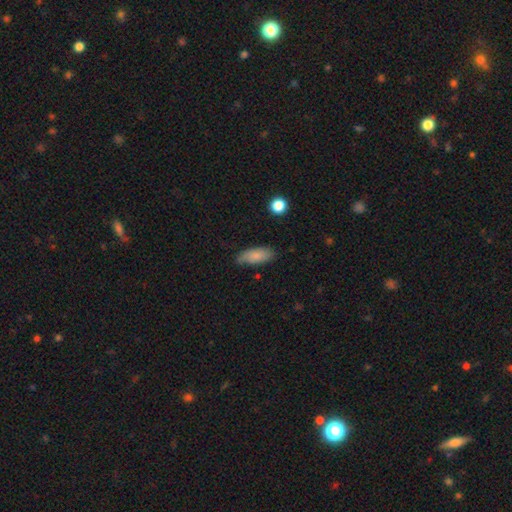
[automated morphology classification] smooth-or-featured: smooth: 80% | featured or disk: 14% | star or artifact: 7%
  how-rounded: in between: 81% | cigar-shaped: 17% | round: 2%
  merging: none: 72% | minor disturbance: 22% | major disturbance: 4% | merger: 2%